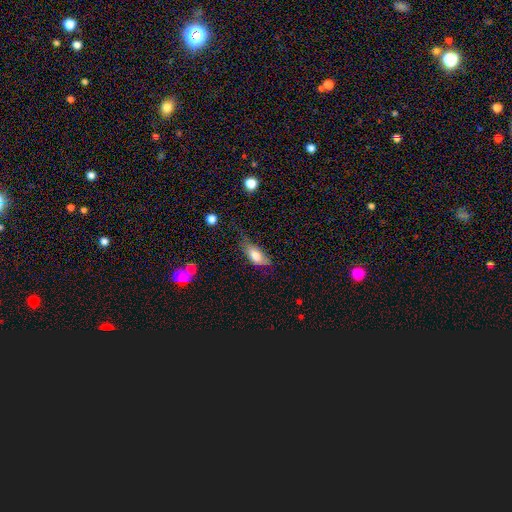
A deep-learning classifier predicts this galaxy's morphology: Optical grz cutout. It shows a smooth galaxy with no disk features (74%) that is in between round and cigar-shaped (83%). Merging: none (45%).